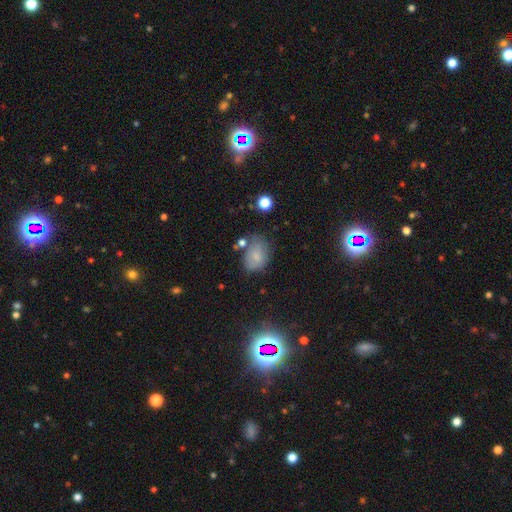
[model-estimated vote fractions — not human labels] Smooth or featured? Predicted: smooth (p=0.72). How rounded? Predicted: in between (p=0.74). Merging? Predicted: none (p=0.57).